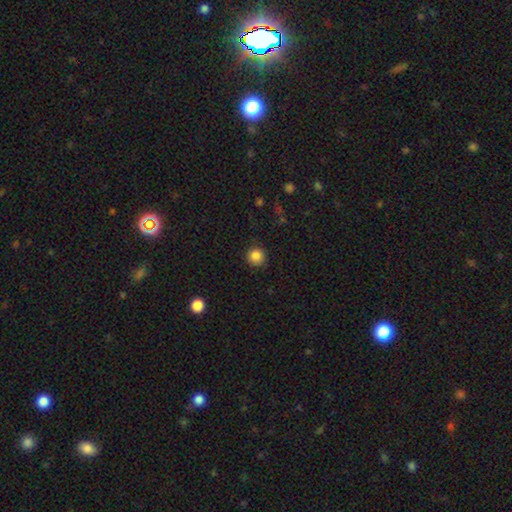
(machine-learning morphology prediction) Smooth or featured? Predicted: smooth (p=0.85). How rounded? Predicted: round (p=0.94). Merging? Predicted: none (p=0.88).